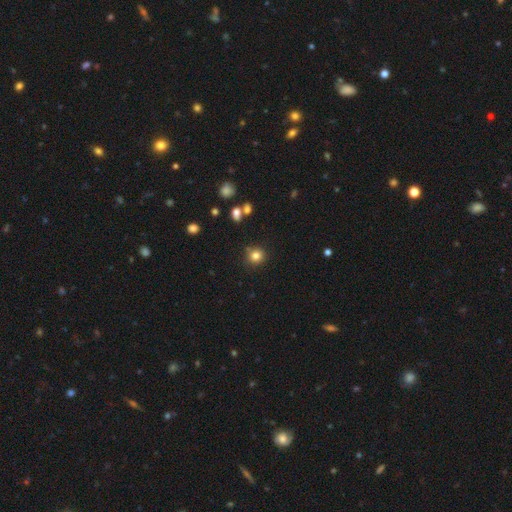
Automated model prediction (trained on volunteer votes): Overall: smooth (82%). How rounded: round (89%). Merging: none (83%).